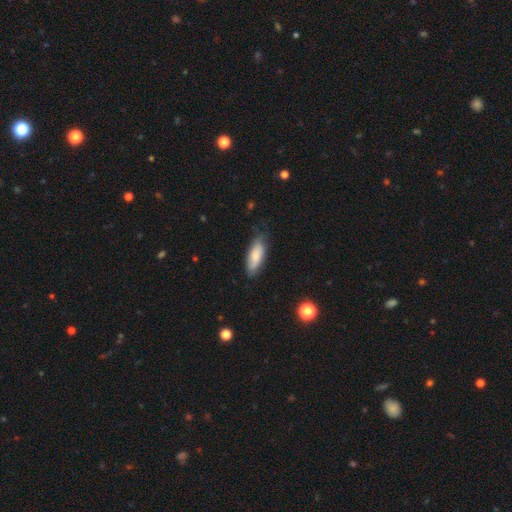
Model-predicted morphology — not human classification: smooth 76%, featured or disk 17%, star or artifact 6%. Down the decision tree: how rounded — in between (72%); merging — none (73%).